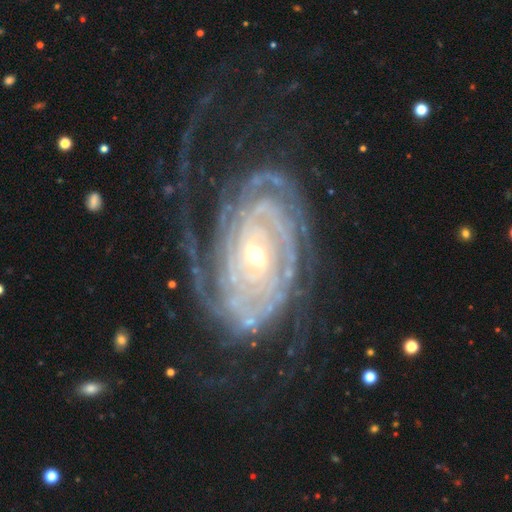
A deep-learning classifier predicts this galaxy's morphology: smooth_or_featured: featured or disk (p=0.91) [alt: star or artifact p=0.05]
disk_edge_on: no (p=0.96) [alt: yes p=0.04]
bar: no (p=0.52) [alt: weak p=0.31]
has_spiral_arms: yes (p=0.97) [alt: no p=0.03]
spiral_winding: tight (p=0.78) [alt: medium p=0.17]
spiral_arm_count: can't tell (p=0.27) [alt: 2 p=0.22]
bulge_size: small (p=0.63) [alt: moderate p=0.33]
merging: none (p=0.62) [alt: major disturbance p=0.19]